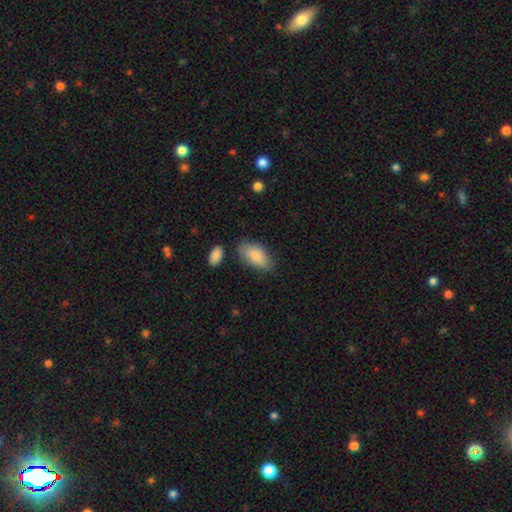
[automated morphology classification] Overall: smooth (84%). How rounded: in between (92%). Merging: none (62%; minor disturbance 27%).